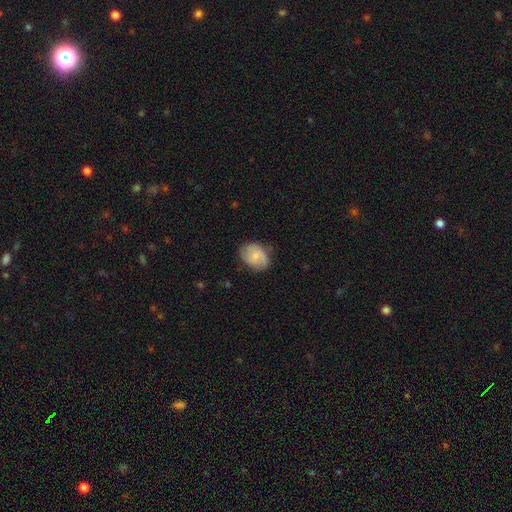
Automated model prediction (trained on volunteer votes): Morphology: type=smooth (56%); roundness=in between (67%); merging=none (70%).